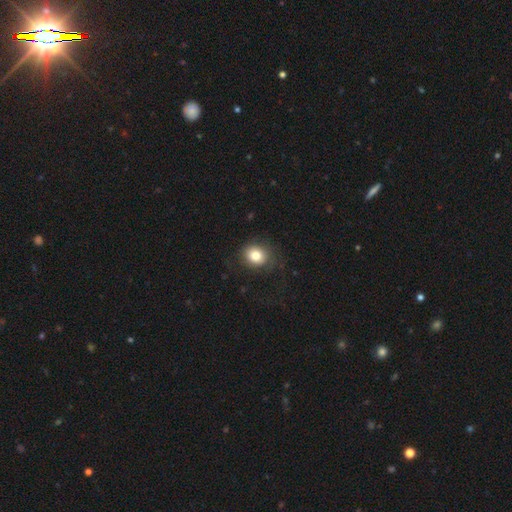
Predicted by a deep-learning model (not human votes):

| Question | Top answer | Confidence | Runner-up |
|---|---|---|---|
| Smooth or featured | smooth | 81% | star or artifact (10%) |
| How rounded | round | 66% | in between (33%) |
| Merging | none | 80% | minor disturbance (13%) |